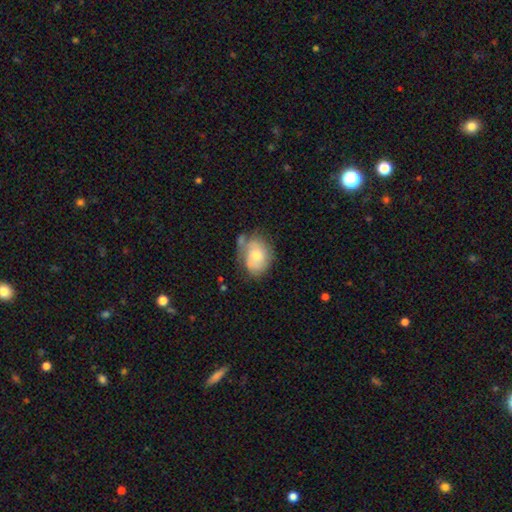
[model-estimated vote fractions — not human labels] A smooth galaxy with no disk features (52%) that is in between round and cigar-shaped (54%).

Vote fractions:
- Smooth or featured? smooth: 52% / featured or disk: 40% / star or artifact: 8%
- How rounded? in between: 54% / round: 45% / cigar-shaped: 1%
- Merging? none: 46% / minor disturbance: 30% / major disturbance: 13% / merger: 11%